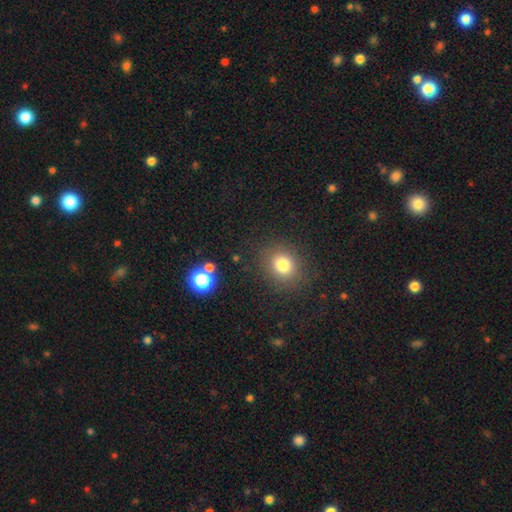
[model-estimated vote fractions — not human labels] smooth-or-featured: smooth: 67% | star or artifact: 27% | featured or disk: 6%
  how-rounded: round: 82% | in between: 17% | cigar-shaped: 1%
  merging: none: 90% | minor disturbance: 6% | merger: 2% | major disturbance: 2%